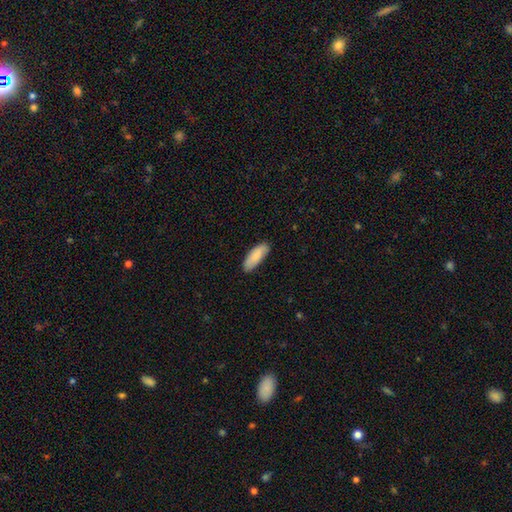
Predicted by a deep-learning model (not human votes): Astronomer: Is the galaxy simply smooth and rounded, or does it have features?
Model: smooth — 87%.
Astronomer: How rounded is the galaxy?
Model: in between — 71%.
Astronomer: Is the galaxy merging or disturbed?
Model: none — 83%.